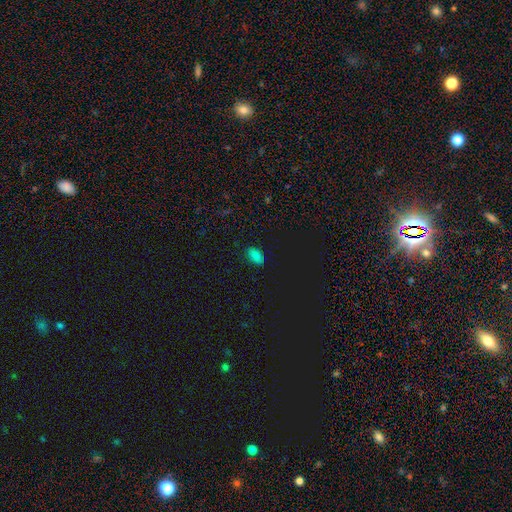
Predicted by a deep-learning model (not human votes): Overall: smooth (75%). How rounded: in between (90%). Merging: none (84%).